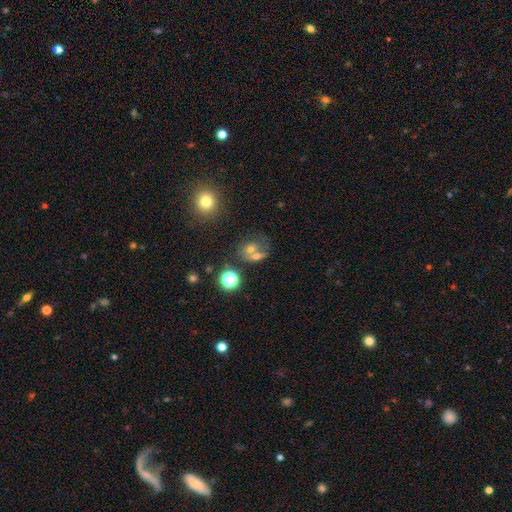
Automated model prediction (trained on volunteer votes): A smooth galaxy with no disk features (58%) that is round (53%).

Vote fractions:
- Smooth or featured? smooth: 58% / featured or disk: 23% / star or artifact: 19%
- How rounded? round: 53% / in between: 44% / cigar-shaped: 2%
- Merging? merger: 50% / none: 32% / minor disturbance: 10% / major disturbance: 8%